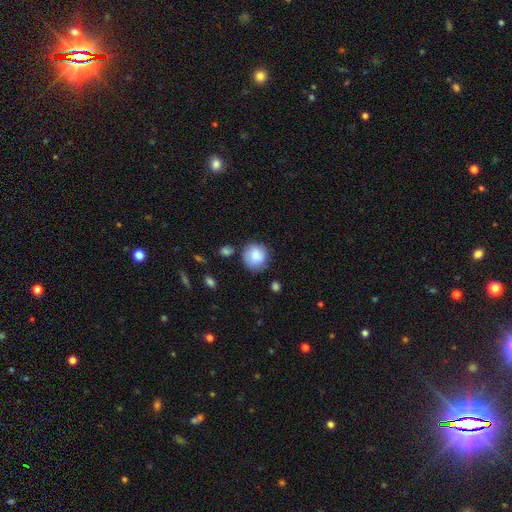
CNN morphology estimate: This appears to be a smooth galaxy with no disk features (80%) that is round (88%). Merging: none (73%).